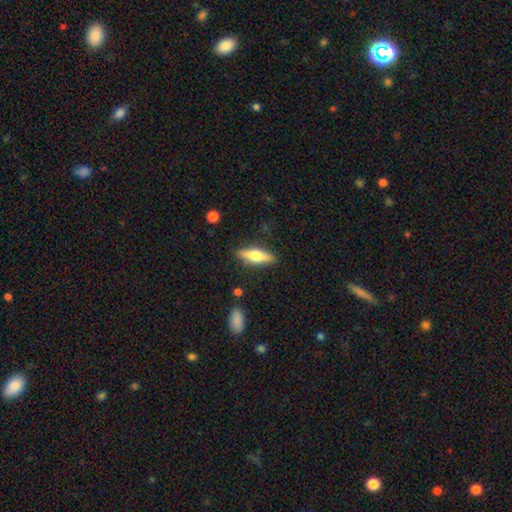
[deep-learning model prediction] Morphology: type=smooth (54%); roundness=cigar-shaped (61%); merging=none (86%).